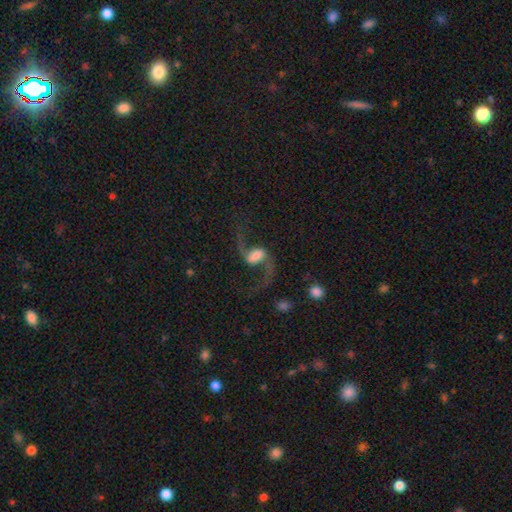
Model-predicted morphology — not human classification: Q: Smooth or featured?
A: featured or disk (86%); runner-up: smooth (8%)
Q: Edge-on disk?
A: no (97%); runner-up: yes (3%)
Q: Bar?
A: weak (44%); runner-up: strong (33%)
Q: Spiral arms?
A: yes (96%); runner-up: no (4%)
Q: Spiral winding?
A: loose (89%); runner-up: medium (9%)
Q: Spiral arm count?
A: 2 (94%); runner-up: 1 (2%)
Q: Bulge size?
A: large (32%); runner-up: moderate (30%)
Q: Merging?
A: none (70%); runner-up: major disturbance (15%)